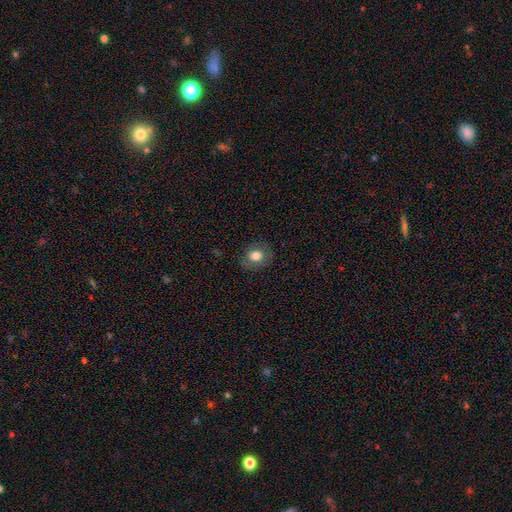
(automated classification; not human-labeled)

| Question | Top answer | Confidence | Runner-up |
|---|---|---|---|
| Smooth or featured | smooth | 79% | featured or disk (11%) |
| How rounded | round | 67% | in between (32%) |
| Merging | none | 83% | minor disturbance (12%) |